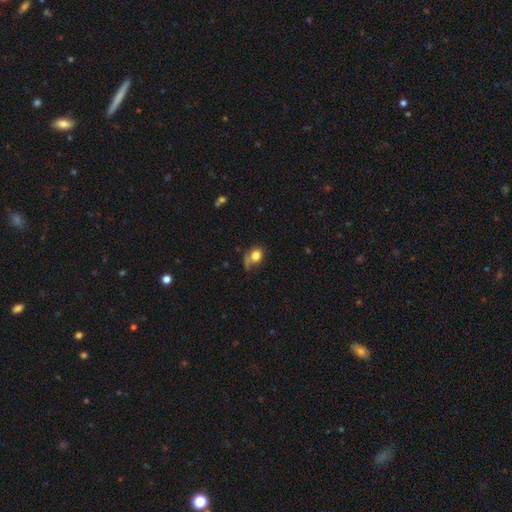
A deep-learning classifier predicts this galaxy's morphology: Smooth or featured? smooth (77%)
How rounded? round (56%)
Merging? none (43%)